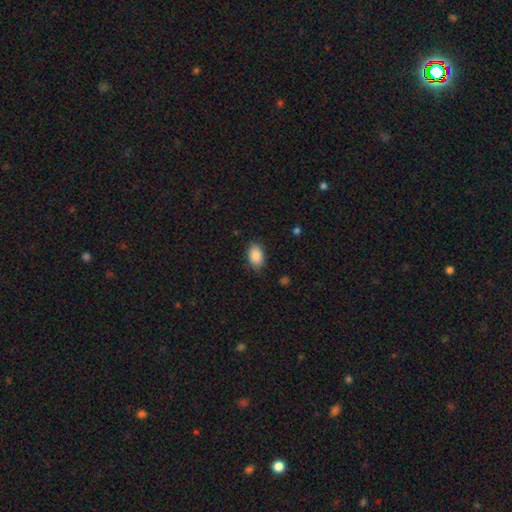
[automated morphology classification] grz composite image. It shows a smooth galaxy with no disk features (88%) that is in between round and cigar-shaped (86%). Merging: none (81%).